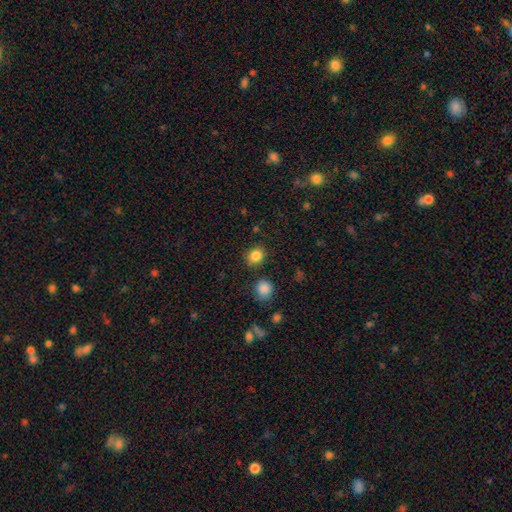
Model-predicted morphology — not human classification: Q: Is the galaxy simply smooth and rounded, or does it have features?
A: smooth — 85%.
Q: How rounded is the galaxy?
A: round — 70%.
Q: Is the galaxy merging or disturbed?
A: none — 85%.